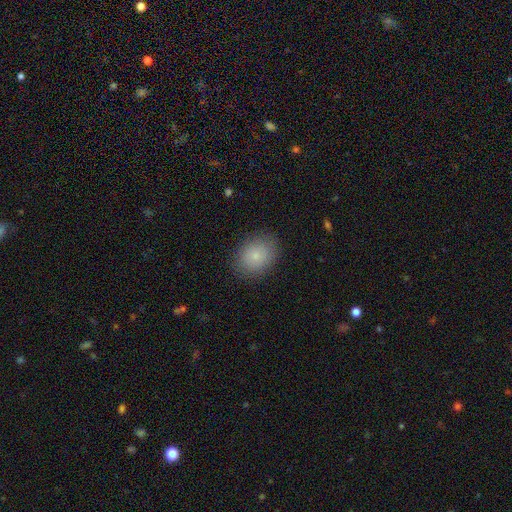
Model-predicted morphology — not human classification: type=smooth (84%); roundness=in between (61%); merging=none (85%).